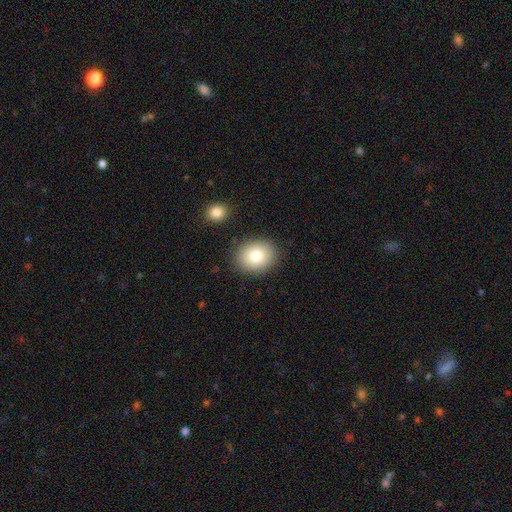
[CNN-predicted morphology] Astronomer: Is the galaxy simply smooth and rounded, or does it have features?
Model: smooth — 81%.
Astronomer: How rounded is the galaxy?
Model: round — 51% (runner-up: in between, 48%).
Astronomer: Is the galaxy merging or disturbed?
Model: none — 86%.